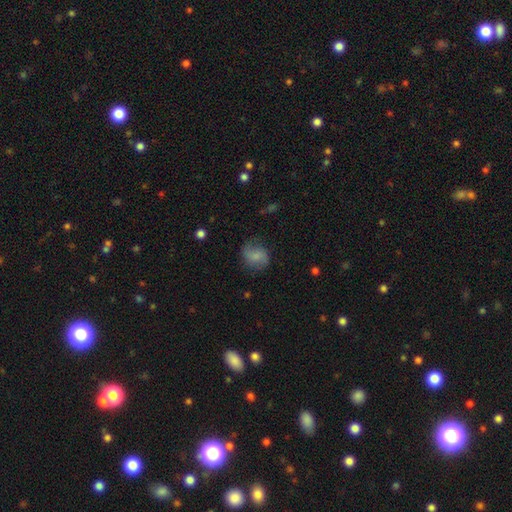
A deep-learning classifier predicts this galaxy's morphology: This is possibly a smooth galaxy (59%). How rounded: likely round (63%). Merging: likely none (67%).